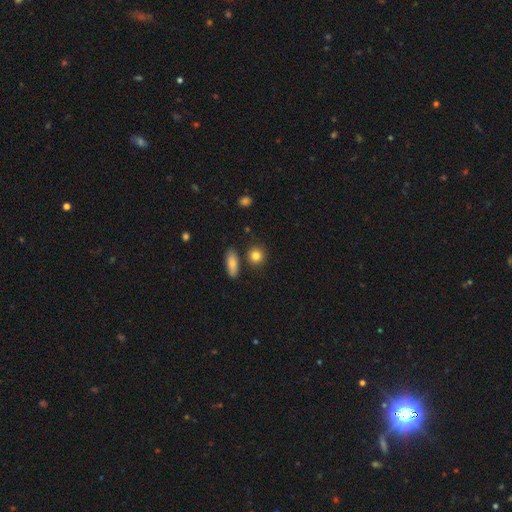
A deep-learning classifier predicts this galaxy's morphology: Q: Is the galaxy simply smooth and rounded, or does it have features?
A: smooth — 83%.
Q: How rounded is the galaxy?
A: round — 76%.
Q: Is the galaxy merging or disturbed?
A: none — 80%.